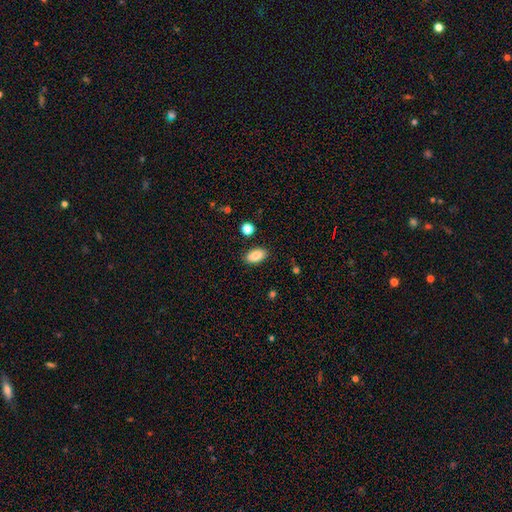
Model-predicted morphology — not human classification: smooth 88%, star or artifact 8%, featured or disk 5%. Down the decision tree: how rounded — in between (92%); merging — none (87%).